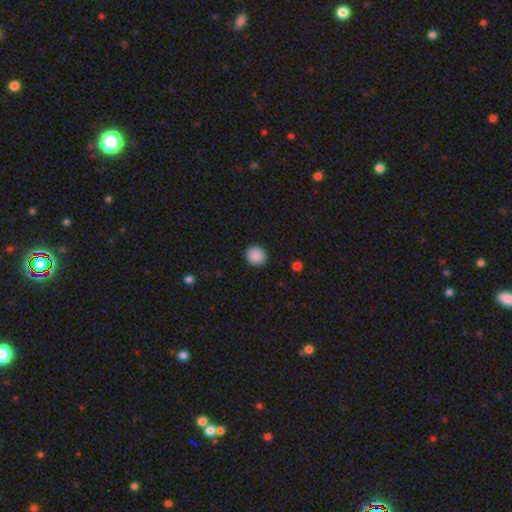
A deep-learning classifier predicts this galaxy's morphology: smooth-or-featured: smooth: 89% | star or artifact: 8% | featured or disk: 3%
  how-rounded: round: 86% | in between: 13% | cigar-shaped: 1%
  merging: none: 91% | minor disturbance: 6% | major disturbance: 2% | merger: 1%